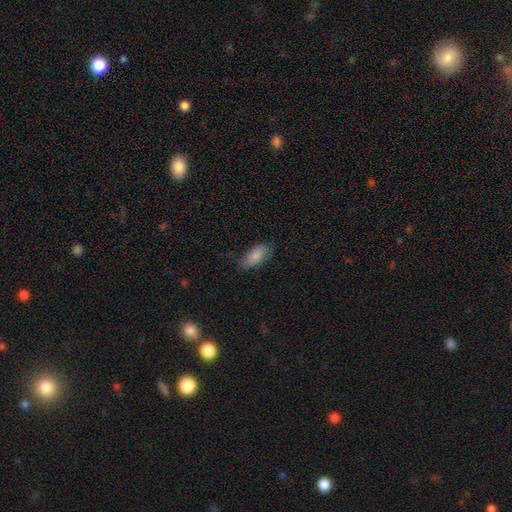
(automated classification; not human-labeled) This is clearly a smooth galaxy (86%). How rounded: clearly in between (88%). Merging: likely none (76%).